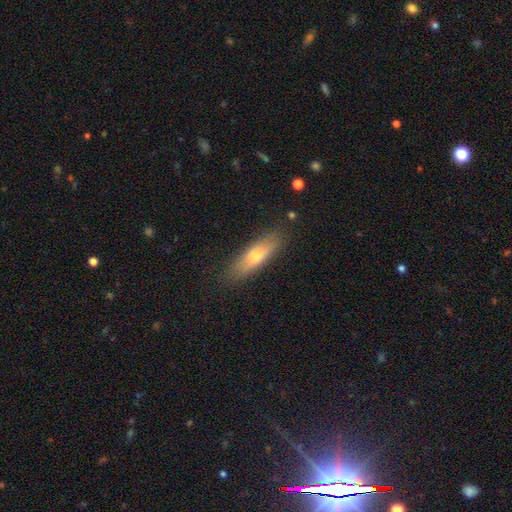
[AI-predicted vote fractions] Smooth or featured?
  - smooth: 56% *
  - featured or disk: 37%
  - star or artifact: 7%
How rounded?
  - cigar-shaped: 60% *
  - in between: 37%
  - round: 3%
Merging?
  - none: 83% *
  - minor disturbance: 12%
  - major disturbance: 3%
  - merger: 1%